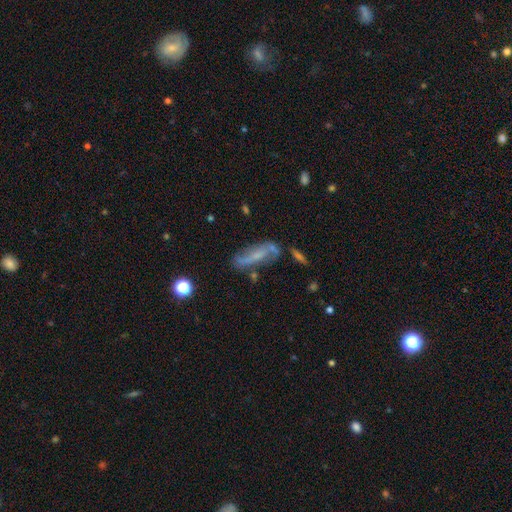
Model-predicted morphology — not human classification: Smooth or featured: featured or disk — 61% (smooth — 28%)
Edge-on disk: no — 74% (yes — 26%)
Merging: none — 51% (minor disturbance — 23%)